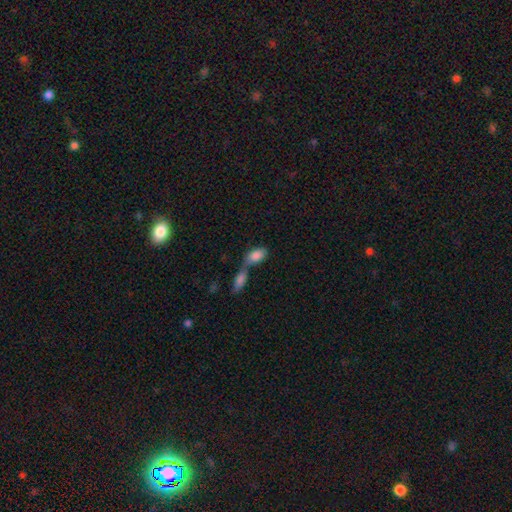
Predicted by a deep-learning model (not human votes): Smooth or featured?
  - smooth: 83% *
  - featured or disk: 10%
  - star or artifact: 7%
How rounded?
  - in between: 90% *
  - cigar-shaped: 5%
  - round: 5%
Merging?
  - merger: 67% *
  - none: 20%
  - minor disturbance: 7%
  - major disturbance: 5%